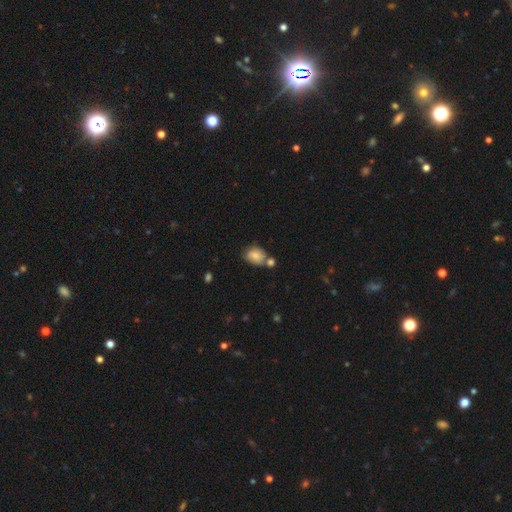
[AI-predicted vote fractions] A smooth galaxy with no disk features (81%) that is in between round and cigar-shaped (61%). Merging: none (55%).